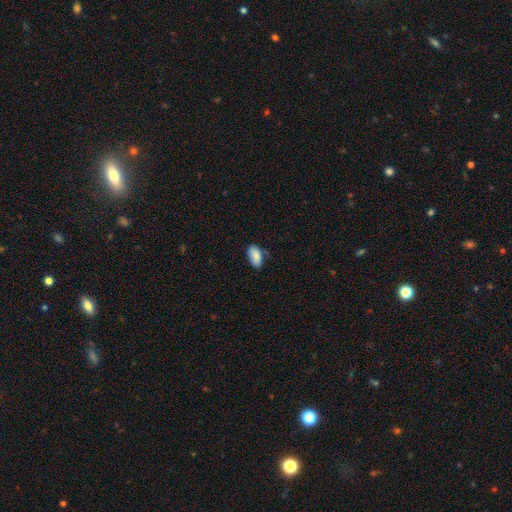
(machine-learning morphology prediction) This is clearly a smooth galaxy (83%). How rounded: clearly in between (94%). Merging: likely none (66%).